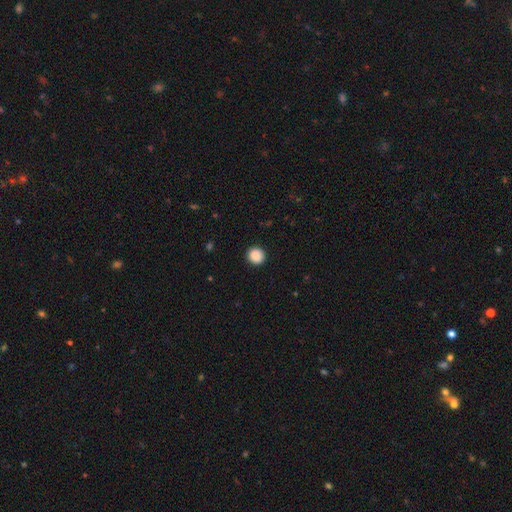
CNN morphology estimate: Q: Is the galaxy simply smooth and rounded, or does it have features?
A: smooth — 89%.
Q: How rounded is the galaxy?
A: round — 90%.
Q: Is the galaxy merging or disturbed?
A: none — 92%.